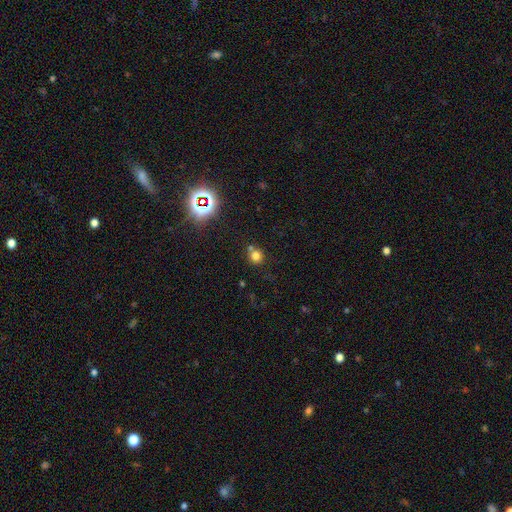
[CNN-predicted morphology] Smooth or featured?
  - smooth: 73% *
  - star or artifact: 19%
  - featured or disk: 8%
How rounded?
  - round: 88% *
  - in between: 11%
  - cigar-shaped: 1%
Merging?
  - none: 65% *
  - merger: 22%
  - minor disturbance: 10%
  - major disturbance: 4%